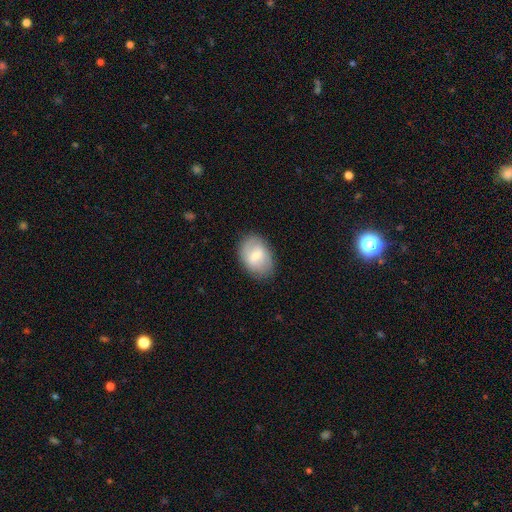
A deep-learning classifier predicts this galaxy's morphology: smooth_or_featured: smooth (p=0.62) [alt: featured or disk p=0.31]
how_rounded: in between (p=0.80) [alt: round p=0.19]
merging: none (p=0.80) [alt: minor disturbance p=0.15]